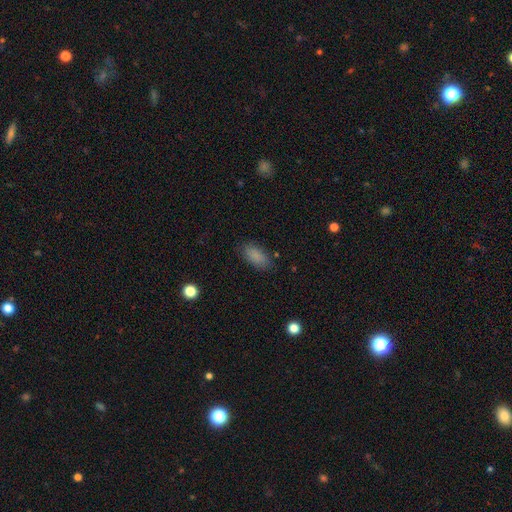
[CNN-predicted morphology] smooth 86%, star or artifact 9%, featured or disk 5%. Down the decision tree: how rounded — in between (89%); merging — none (83%).